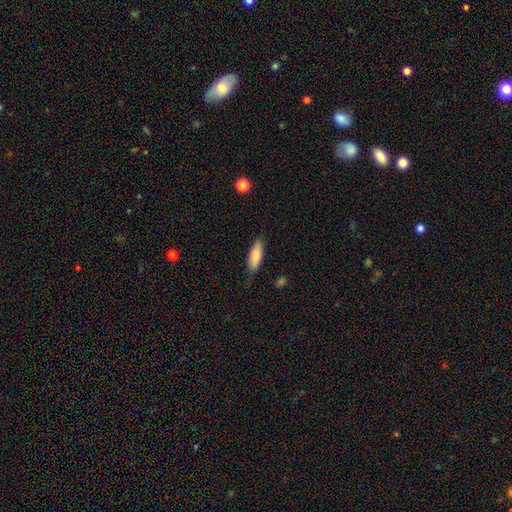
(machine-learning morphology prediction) Smooth or featured? smooth (84%)
How rounded? in between (56%)
Merging? none (73%)